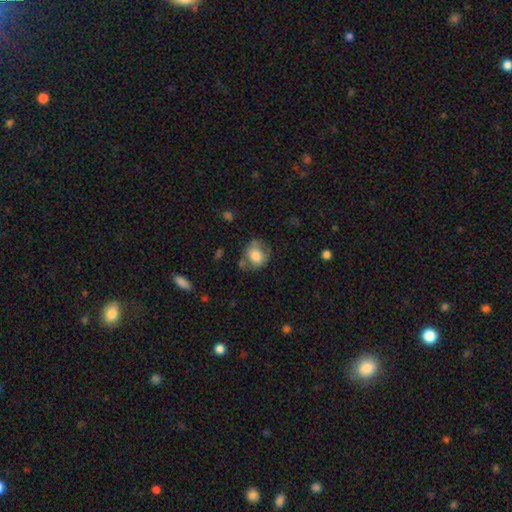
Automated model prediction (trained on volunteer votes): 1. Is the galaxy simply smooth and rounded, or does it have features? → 73% smooth, 19% featured or disk, 8% star or artifact.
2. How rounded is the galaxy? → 73% round, 26% in between, 1% cigar-shaped.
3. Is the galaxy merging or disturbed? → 61% none, 24% minor disturbance, 9% major disturbance, 7% merger.